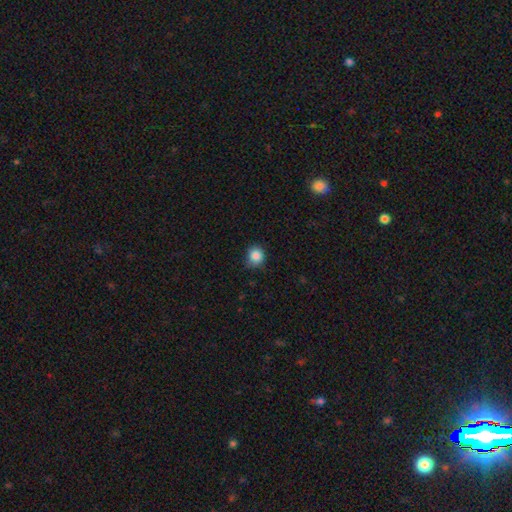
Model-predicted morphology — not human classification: This appears to be a smooth galaxy with no disk features (86%) that is round (85%). Merging: none (74%).